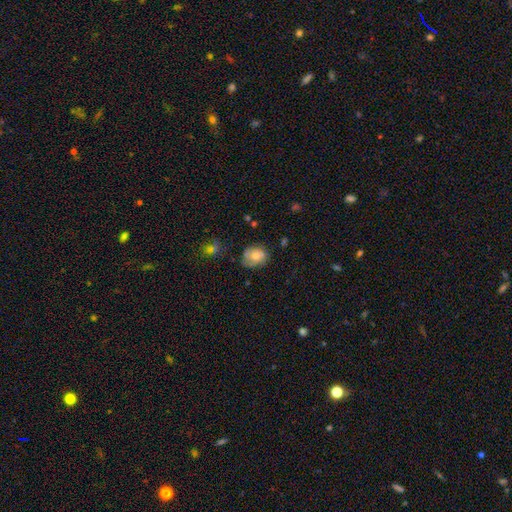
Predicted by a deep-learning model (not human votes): smooth-or-featured: smooth: 60% | featured or disk: 31% | star or artifact: 9%
  how-rounded: in between: 51% | round: 48% | cigar-shaped: 1%
  merging: none: 60% | minor disturbance: 28% | major disturbance: 10% | merger: 2%